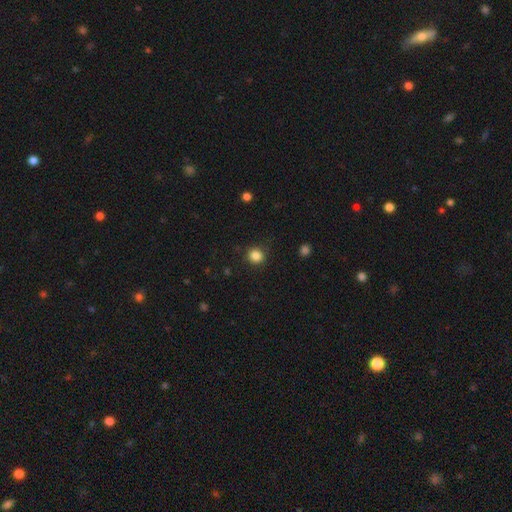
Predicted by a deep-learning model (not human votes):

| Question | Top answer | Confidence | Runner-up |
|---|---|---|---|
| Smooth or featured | smooth | 85% | star or artifact (11%) |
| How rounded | round | 87% | in between (12%) |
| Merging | none | 88% | minor disturbance (8%) |